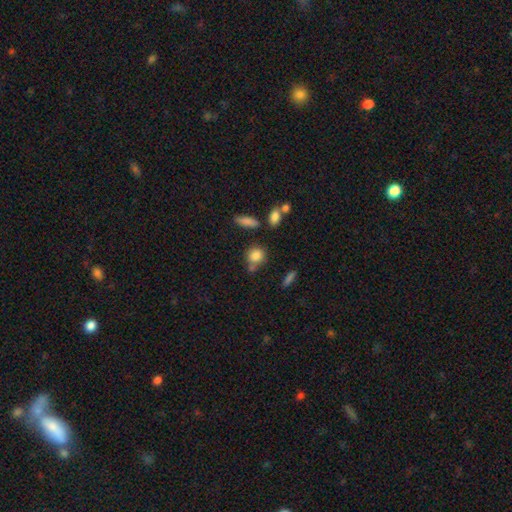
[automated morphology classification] A smooth galaxy with no disk features (82%) that is round (73%). Merging: none (58%).